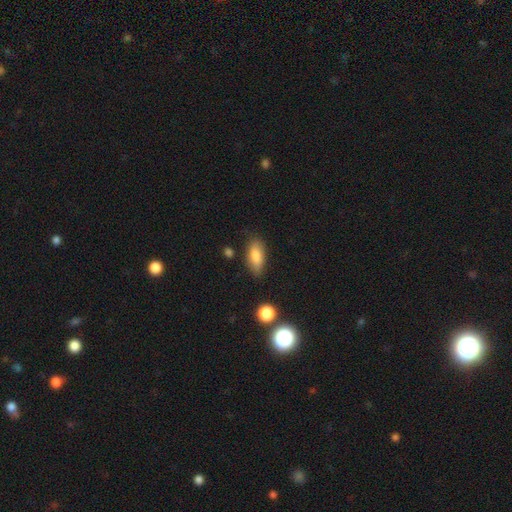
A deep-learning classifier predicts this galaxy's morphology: This appears to be a smooth galaxy with no disk features (83%) that is in between round and cigar-shaped (81%). Merging: none (77%).